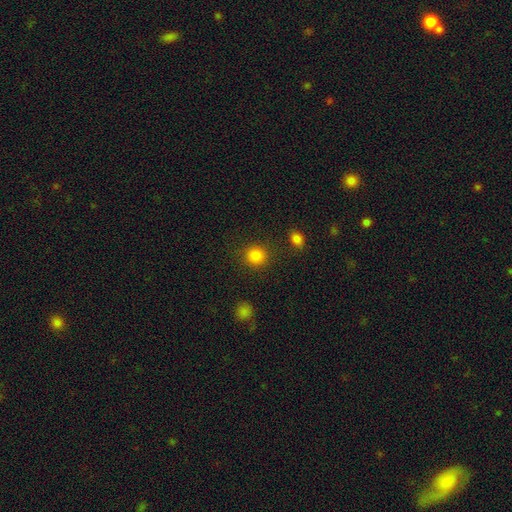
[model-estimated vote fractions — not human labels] smooth 84%, star or artifact 12%, featured or disk 4%. Down the decision tree: how rounded — round (90%); merging — none (87%).